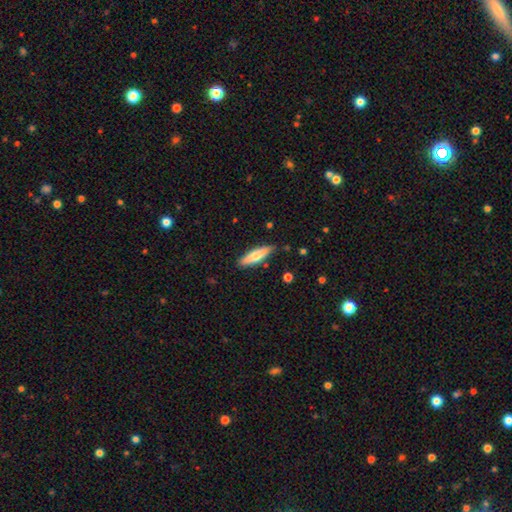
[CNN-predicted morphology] smooth_or_featured: smooth (p=0.59) [alt: featured or disk p=0.35]
how_rounded: cigar-shaped (p=0.71) [alt: in between p=0.28]
merging: none (p=0.85) [alt: minor disturbance p=0.11]